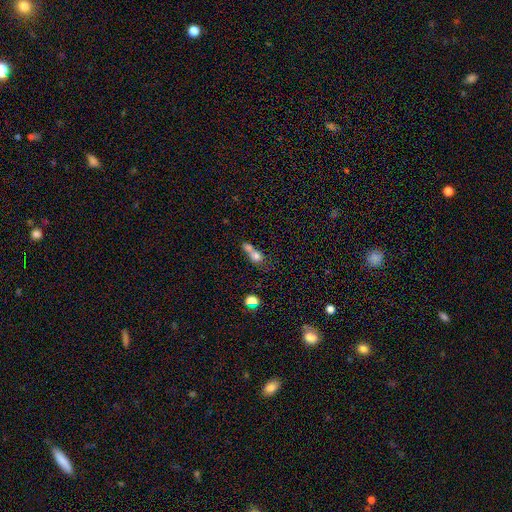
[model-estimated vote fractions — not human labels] Smooth or featured? Predicted: smooth (p=0.70). How rounded? Predicted: round (p=0.57). Merging? Predicted: merger (p=0.69).